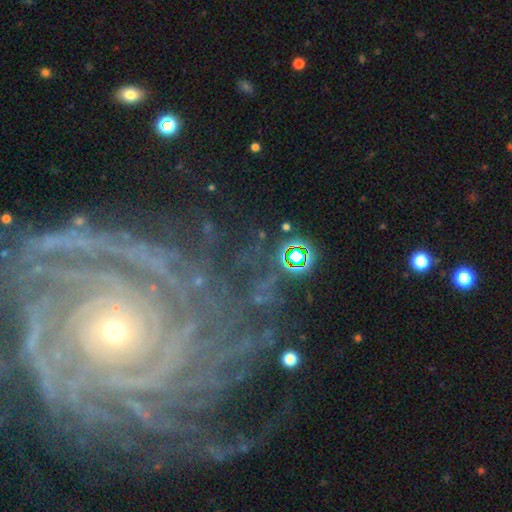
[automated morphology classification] A featured or disk galaxy (82%) with no bar (69%), more than 4 (28%) tight (82%) spiral arms (96%) and a small central bulge (70%).

Vote fractions:
- Smooth or featured? featured or disk: 82% / star or artifact: 11% / smooth: 7%
- Edge-on disk? no: 97% / yes: 3%
- Bar? no: 69% / weak: 17% / strong: 15%
- Spiral arms? yes: 96% / no: 4%
- Spiral winding? tight: 82% / medium: 14% / loose: 4%
- Spiral arm count? more than 4: 28% / can't tell: 22% / 4: 15% / 3: 13% / 2: 12% / 1: 10%
- Bulge size? small: 70% / moderate: 24% / large: 3% / none: 2% / dominant: 2%
- Merging? none: 75% / minor disturbance: 13% / major disturbance: 10% / merger: 3%